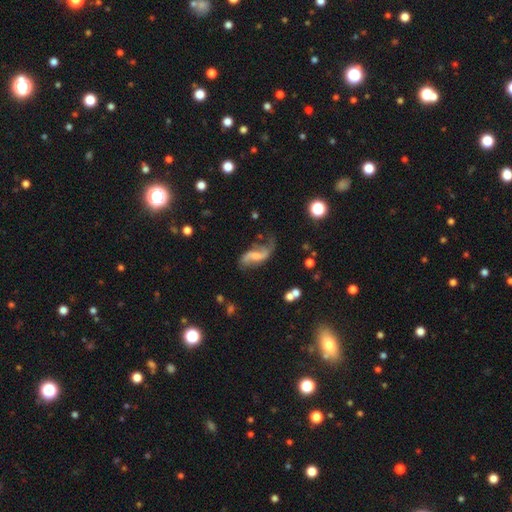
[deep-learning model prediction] smooth-or-featured: featured or disk: 77% | smooth: 15% | star or artifact: 7%
  disk-edge-on: no: 95% | yes: 5%
    bar: weak: 44% | no: 34% | strong: 22%
    has-spiral-arms: yes: 92% | no: 8%
      spiral-winding: loose: 79% | medium: 16% | tight: 4%
      spiral-arm-count: 2: 87% | 1: 5% | can't tell: 4% | 3: 1% | 4: 1% | more than 4: 1%
    bulge-size: none: 38% | small: 32% | moderate: 22% | large: 6% | dominant: 2%
  merging: none: 49% | minor disturbance: 24% | major disturbance: 22% | merger: 5%